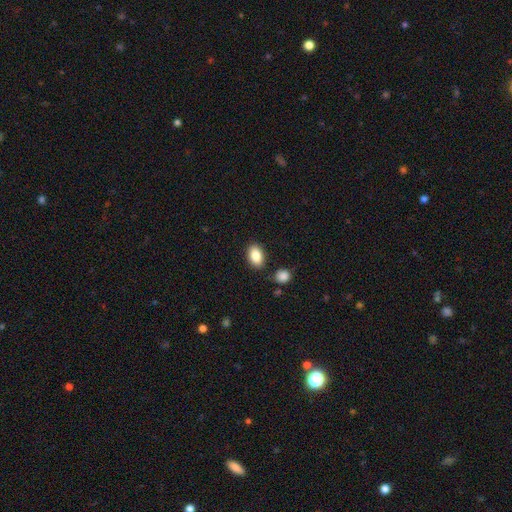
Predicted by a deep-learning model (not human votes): smooth_or_featured: smooth (p=0.86) [alt: star or artifact p=0.07]
how_rounded: in between (p=0.89) [alt: round p=0.09]
merging: none (p=0.83) [alt: minor disturbance p=0.10]